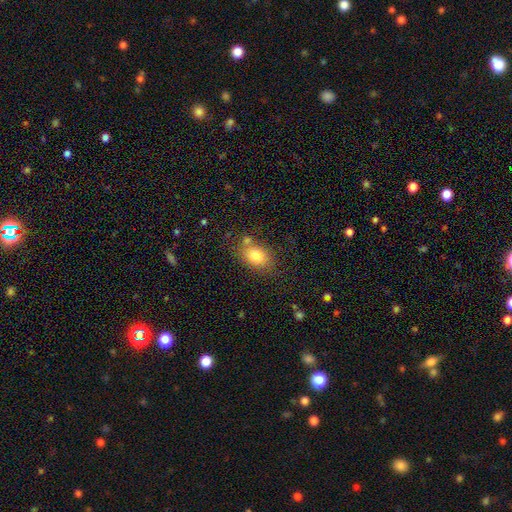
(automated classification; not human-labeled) Morphology: type=smooth (81%); roundness=in between (80%); merging=none (69%).